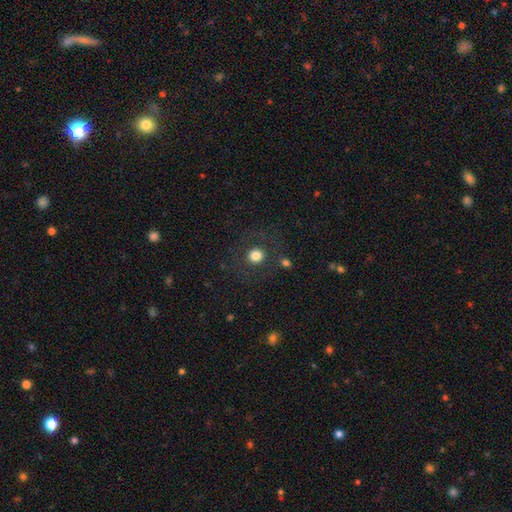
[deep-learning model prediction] A smooth galaxy with no disk features (78%) that is round (90%). Merging: none (83%).